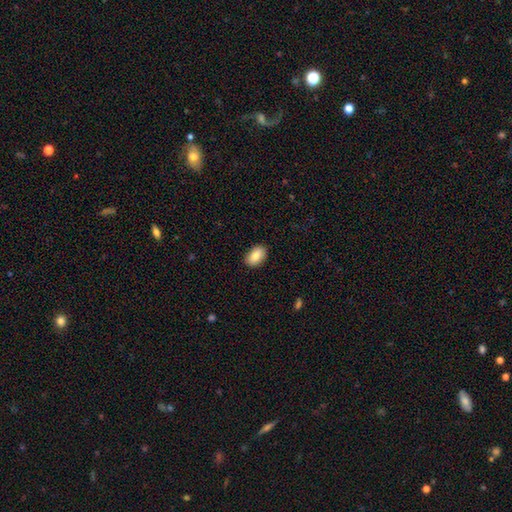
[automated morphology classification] This appears to be a smooth galaxy with no disk features (83%) that is in between round and cigar-shaped (90%). Merging: none (88%).